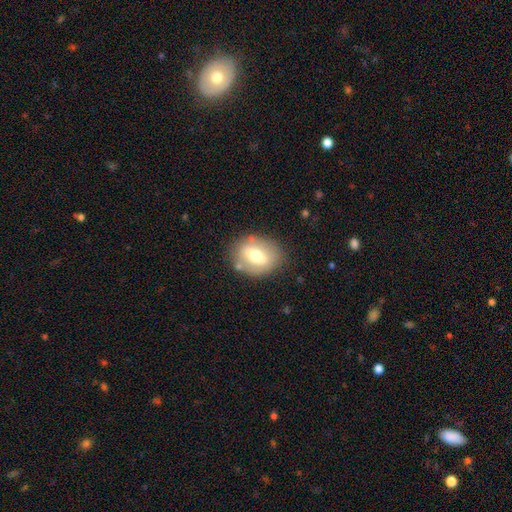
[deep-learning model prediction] smooth 53%, featured or disk 39%, star or artifact 8%. Down the decision tree: how rounded — in between (62%); merging — none (79%).